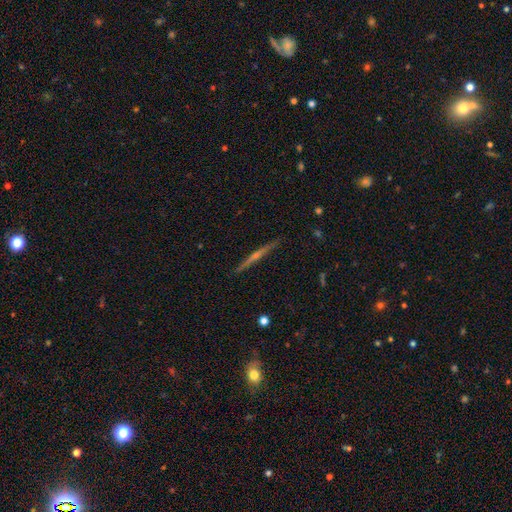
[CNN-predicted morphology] A featured or disk galaxy (72%) viewed edge-on (98%) with a rounded central bulge (54%). Merging: none (91%).